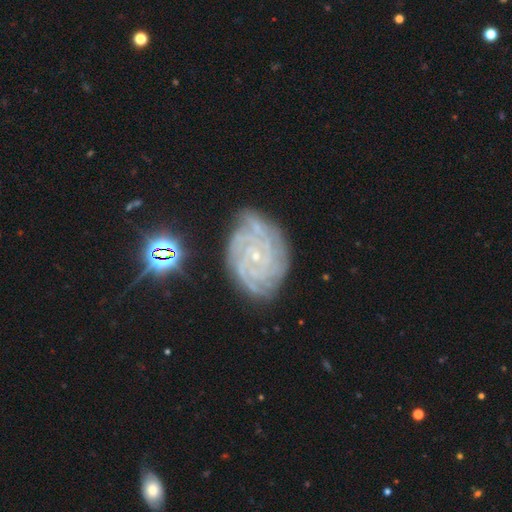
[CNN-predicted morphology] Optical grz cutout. It shows a featured or disk galaxy (86%) with no bar (74%), 4 (27%) tight (80%) spiral arms (98%) and a small central bulge (85%). Merging: none (74%).